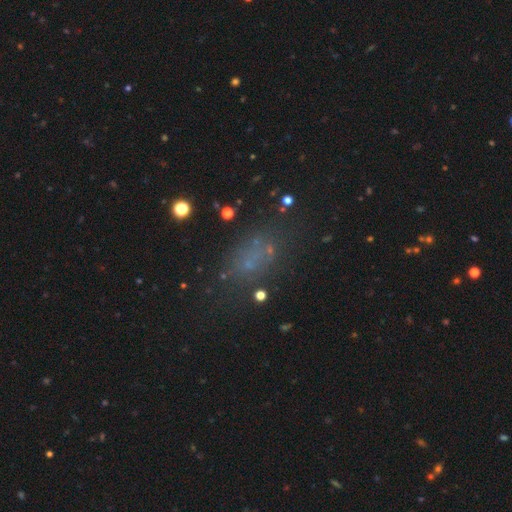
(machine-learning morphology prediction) Q: Smooth or featured?
A: smooth (47%); runner-up: star or artifact (34%)
Q: Merging?
A: none (61%); runner-up: minor disturbance (18%)